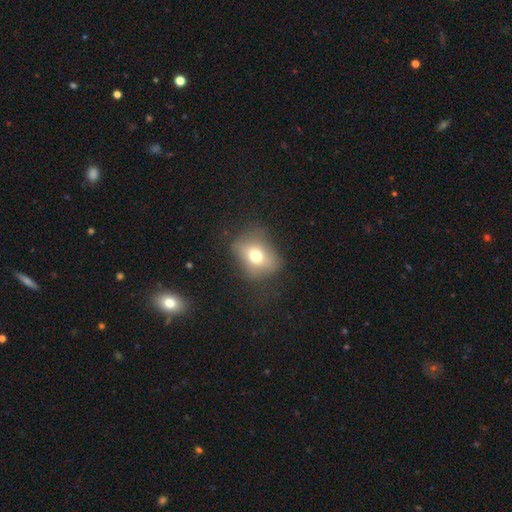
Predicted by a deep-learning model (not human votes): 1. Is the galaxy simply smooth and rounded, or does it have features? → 65% smooth, 23% featured or disk, 12% star or artifact.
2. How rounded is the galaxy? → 55% in between, 43% round, 2% cigar-shaped.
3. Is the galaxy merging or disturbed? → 61% none, 23% minor disturbance, 14% major disturbance, 2% merger.